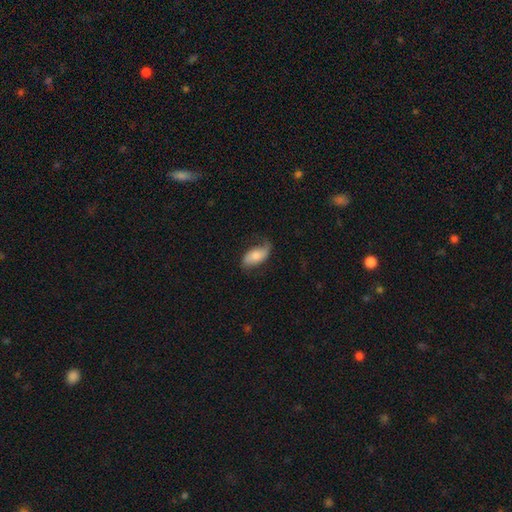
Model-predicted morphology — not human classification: Q: Smooth or featured?
A: smooth (59%); runner-up: featured or disk (35%)
Q: How rounded?
A: in between (90%); runner-up: cigar-shaped (7%)
Q: Merging?
A: none (57%); runner-up: minor disturbance (30%)